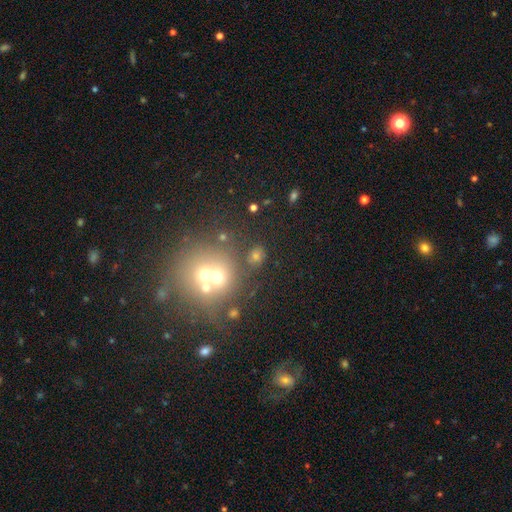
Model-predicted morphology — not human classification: This is possibly a smooth galaxy (54%). How rounded: likely round (72%). Merging: possibly none (51%).